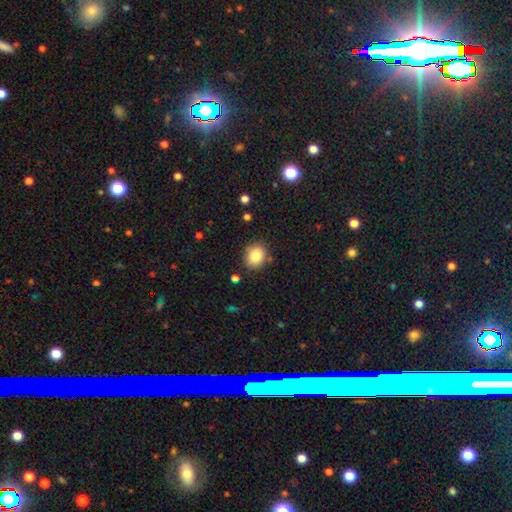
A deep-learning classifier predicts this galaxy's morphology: Smooth or featured? smooth (84%)
How rounded? round (56%)
Merging? none (83%)